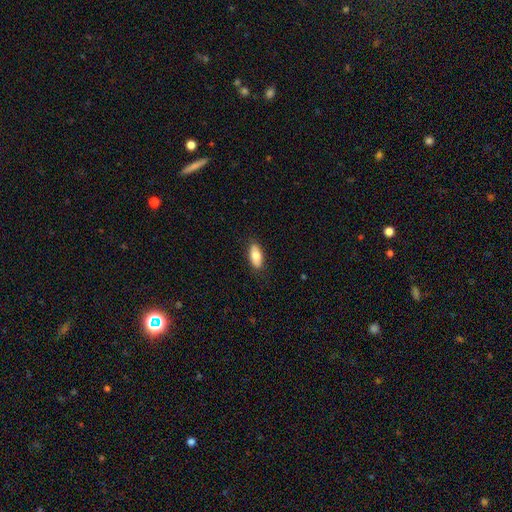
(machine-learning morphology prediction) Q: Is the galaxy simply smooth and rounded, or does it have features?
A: smooth — 77%.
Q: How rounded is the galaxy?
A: in between — 86%.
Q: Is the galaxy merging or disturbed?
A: none — 85%.